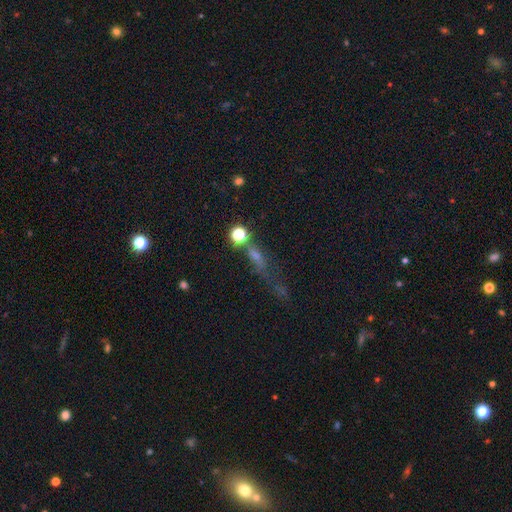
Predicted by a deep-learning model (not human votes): Smooth or featured? Predicted: smooth (p=0.39). Merging? Predicted: none (p=0.43).